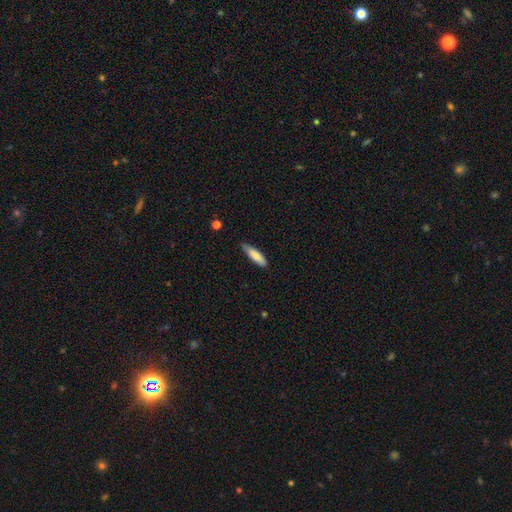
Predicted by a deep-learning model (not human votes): Overall: smooth (81%). How rounded: cigar-shaped (68%; in between 31%). Merging: none (80%).